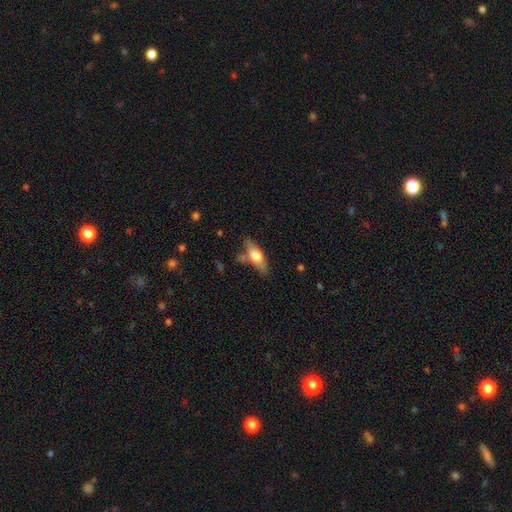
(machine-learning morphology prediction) Smooth or featured? Predicted: smooth (p=0.61). How rounded? Predicted: in between (p=0.59). Merging? Predicted: none (p=0.68).